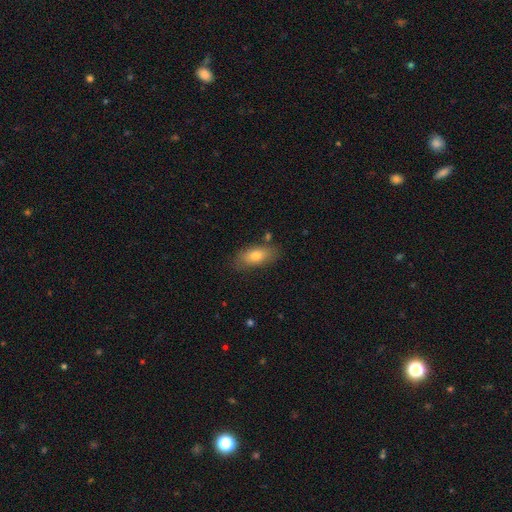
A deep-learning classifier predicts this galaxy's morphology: Smooth or featured: smooth — 76% (featured or disk — 17%)
How rounded: in between — 83% (cigar-shaped — 13%)
Merging: none — 78% (minor disturbance — 15%)